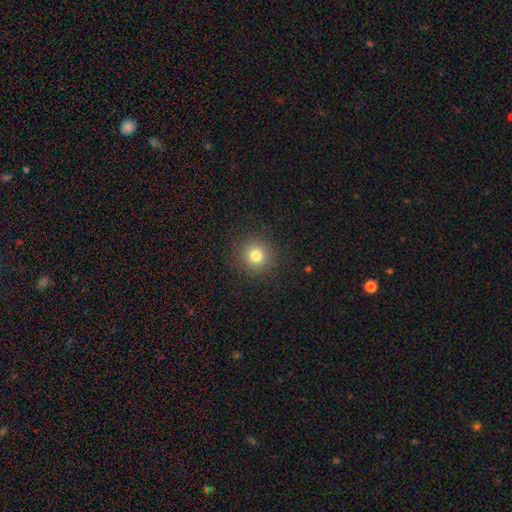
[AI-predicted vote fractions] smooth-or-featured: smooth: 80% | star or artifact: 13% | featured or disk: 7%
  how-rounded: round: 93% | in between: 6% | cigar-shaped: 1%
  merging: none: 90% | minor disturbance: 6% | major disturbance: 3% | merger: 1%